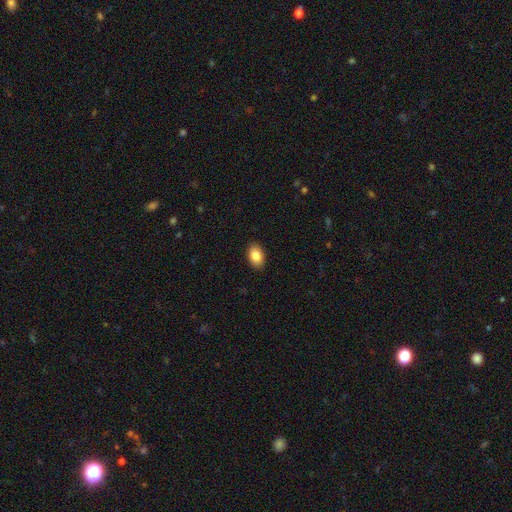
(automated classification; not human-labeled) Smooth or featured? Predicted: smooth (p=0.85). How rounded? Predicted: in between (p=0.90). Merging? Predicted: none (p=0.90).